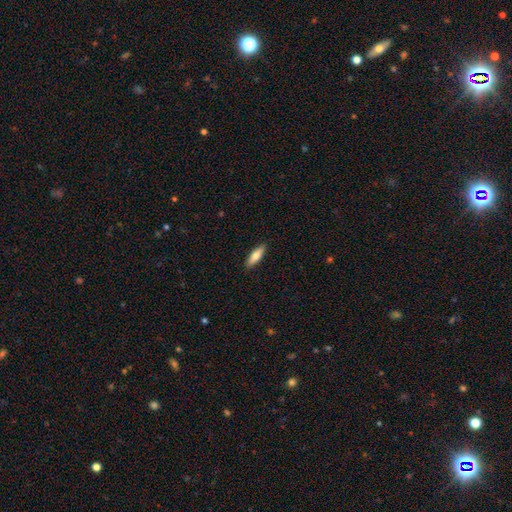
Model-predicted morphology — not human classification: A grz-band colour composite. It shows a smooth galaxy with no disk features (74%) that is cigar-shaped (50%). Merging: none (90%).